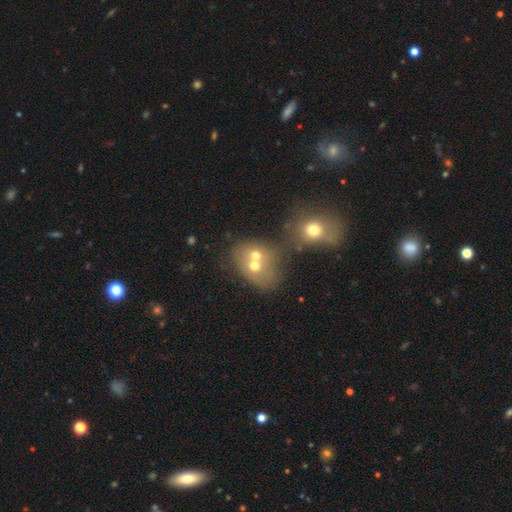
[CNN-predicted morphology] smooth_or_featured: smooth (p=0.59) [alt: featured or disk p=0.26]
how_rounded: round (p=0.61) [alt: in between p=0.38]
merging: merger (p=0.65) [alt: none p=0.23]